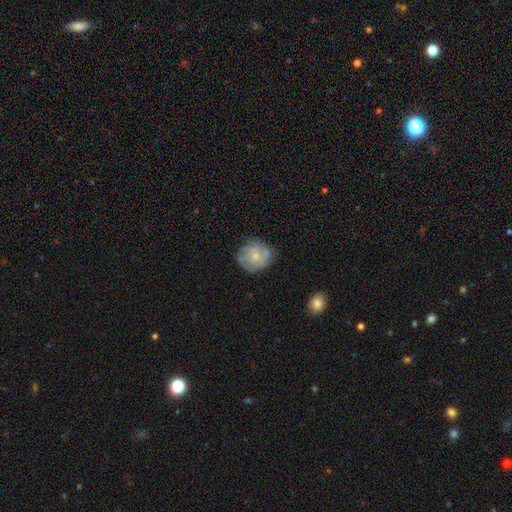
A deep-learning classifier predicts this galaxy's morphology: Q: Smooth or featured?
A: featured or disk (60%); runner-up: smooth (32%)
Q: Edge-on disk?
A: no (98%); runner-up: yes (2%)
Q: Bar?
A: no (82%); runner-up: weak (16%)
Q: Spiral arms?
A: yes (82%); runner-up: no (18%)
Q: Bulge size?
A: small (65%); runner-up: moderate (28%)
Q: Merging?
A: none (73%); runner-up: minor disturbance (19%)